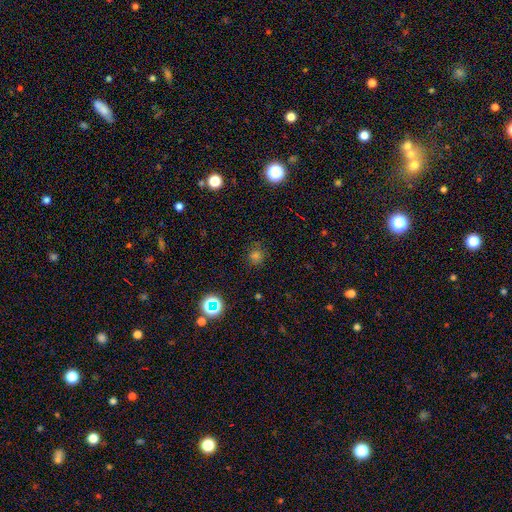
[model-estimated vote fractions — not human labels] Overall: smooth (63%; star or artifact 30%). How rounded: round (89%). Merging: none (83%).